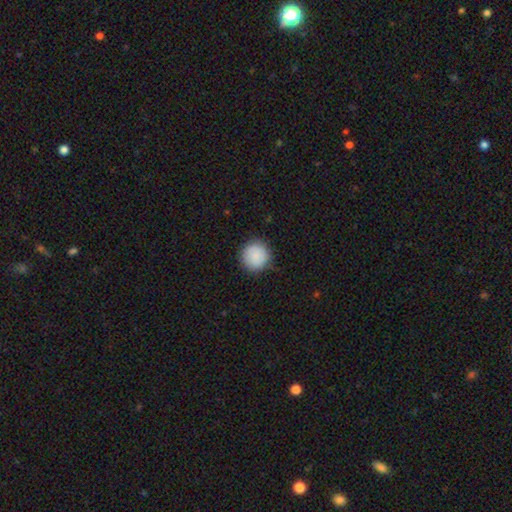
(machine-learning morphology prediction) Q: Smooth or featured?
A: smooth (86%); runner-up: star or artifact (7%)
Q: How rounded?
A: round (94%); runner-up: in between (5%)
Q: Merging?
A: none (86%); runner-up: minor disturbance (10%)